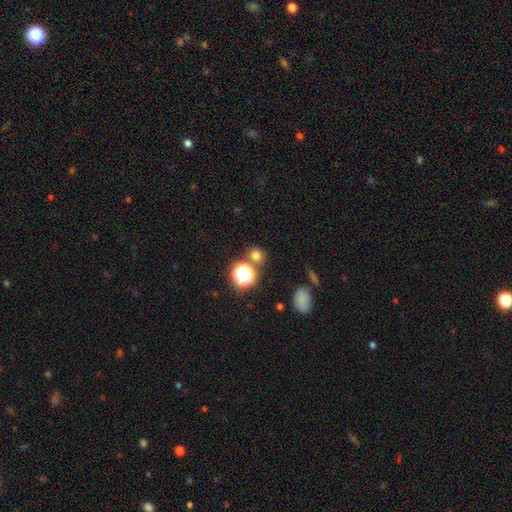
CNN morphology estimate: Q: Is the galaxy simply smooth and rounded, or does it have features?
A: smooth — 71%.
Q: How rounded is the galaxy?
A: round — 83%.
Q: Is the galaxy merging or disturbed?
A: none — 77%.